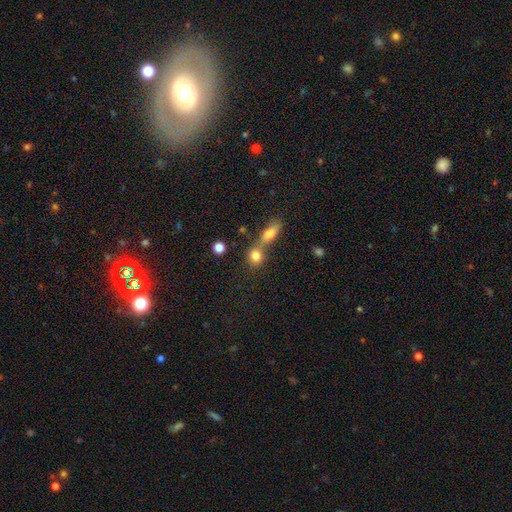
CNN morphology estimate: This appears to be a smooth galaxy with no disk features (80%) that is round (66%). Merging: none (46%).